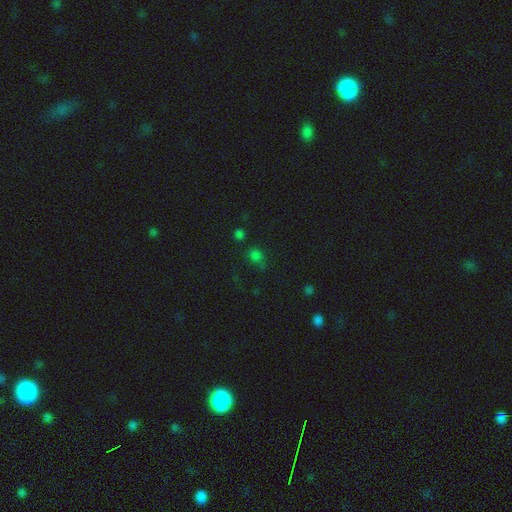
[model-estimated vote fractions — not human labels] Q: Smooth or featured?
A: smooth (65%); runner-up: star or artifact (30%)
Q: How rounded?
A: round (67%); runner-up: in between (32%)
Q: Merging?
A: none (63%); runner-up: minor disturbance (20%)